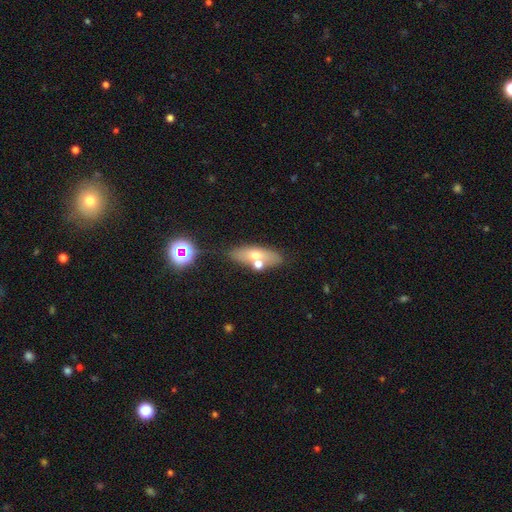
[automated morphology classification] Q: Smooth or featured?
A: smooth (55%); runner-up: featured or disk (33%)
Q: How rounded?
A: in between (60%); runner-up: cigar-shaped (33%)
Q: Merging?
A: none (63%); runner-up: merger (21%)